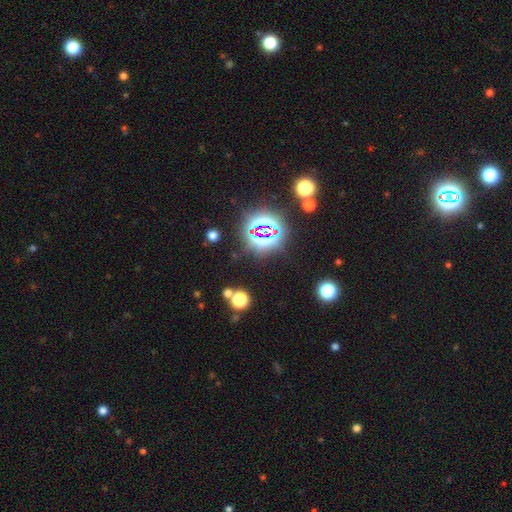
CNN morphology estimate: The model was most divided on "smooth or featured": star or artifact: 80%, smooth: 13%, featured or disk: 7%.